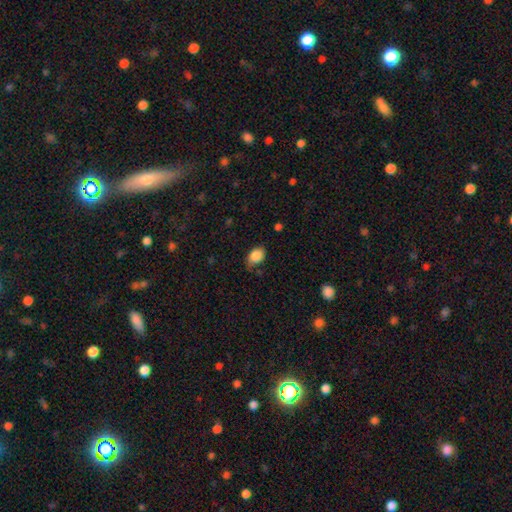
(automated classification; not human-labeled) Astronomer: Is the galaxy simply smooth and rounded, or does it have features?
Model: smooth — 86%.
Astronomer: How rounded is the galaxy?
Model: in between — 80%.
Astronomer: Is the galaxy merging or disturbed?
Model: none — 64%.